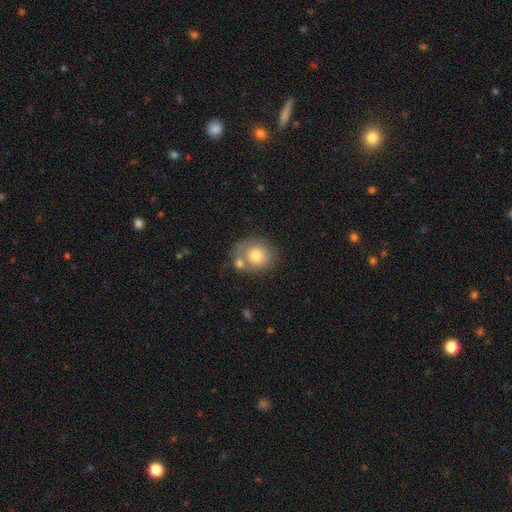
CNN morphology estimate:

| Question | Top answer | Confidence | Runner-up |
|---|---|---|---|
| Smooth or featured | smooth | 74% | featured or disk (18%) |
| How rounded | round | 75% | in between (24%) |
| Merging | none | 50% | merger (28%) |